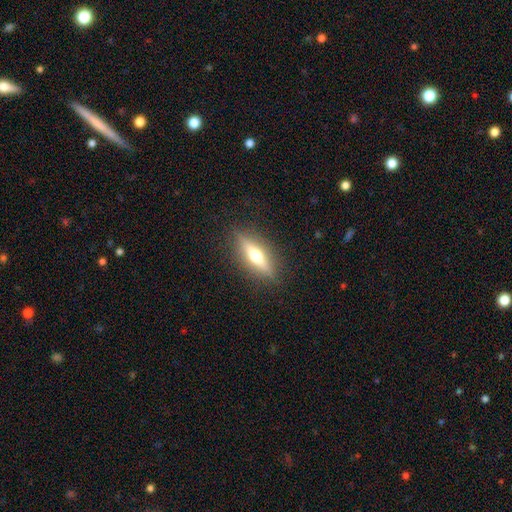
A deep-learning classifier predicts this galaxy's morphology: A featured or disk galaxy (60%) viewed edge-on (91%) with a rounded central bulge (94%). Merging: none (88%).